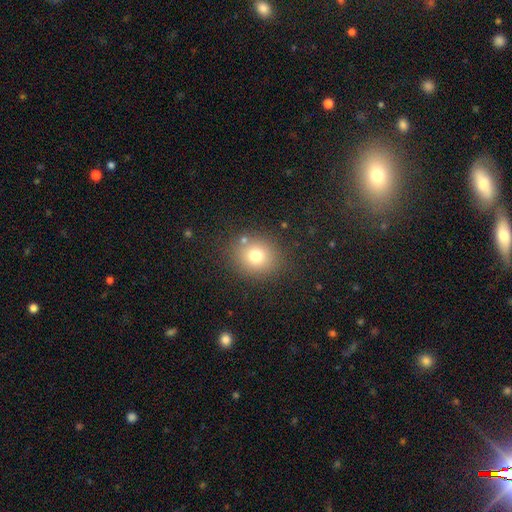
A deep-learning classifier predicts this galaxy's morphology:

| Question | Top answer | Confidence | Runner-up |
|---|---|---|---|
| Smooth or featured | smooth | 75% | star or artifact (14%) |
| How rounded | round | 73% | in between (26%) |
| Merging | none | 81% | minor disturbance (10%) |